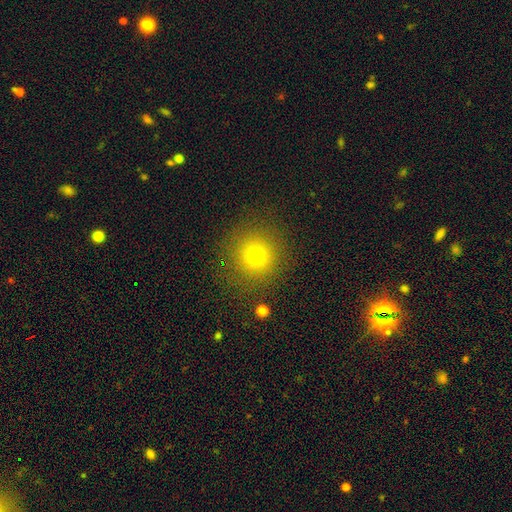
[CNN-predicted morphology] type=smooth (75%); roundness=round (94%); merging=none (87%).